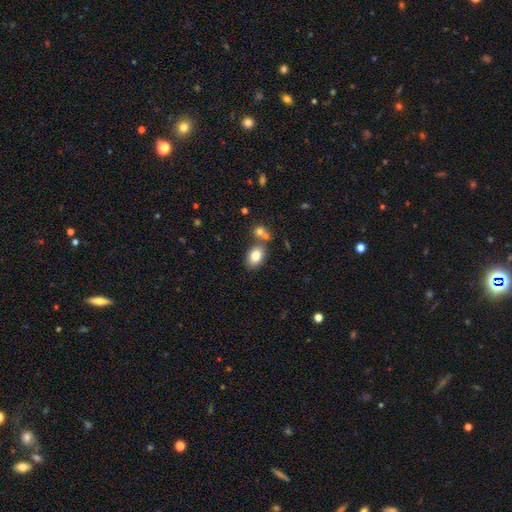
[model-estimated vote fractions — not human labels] smooth_or_featured: smooth (p=0.81) [alt: featured or disk p=0.10]
how_rounded: in between (p=0.78) [alt: round p=0.20]
merging: none (p=0.64) [alt: merger p=0.21]